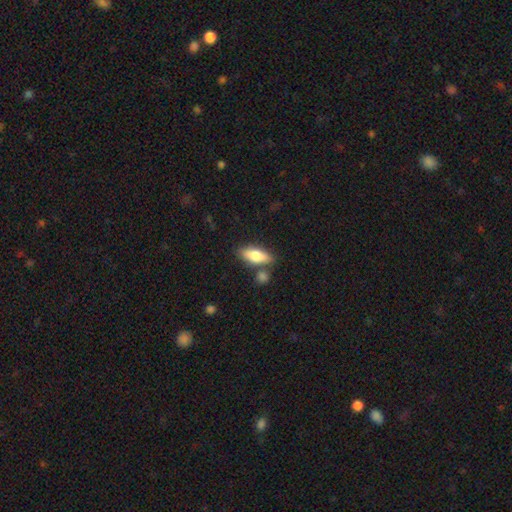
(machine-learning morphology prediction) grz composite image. It shows a smooth galaxy with no disk features (73%) that is in between round and cigar-shaped (69%). Merging: none (72%).